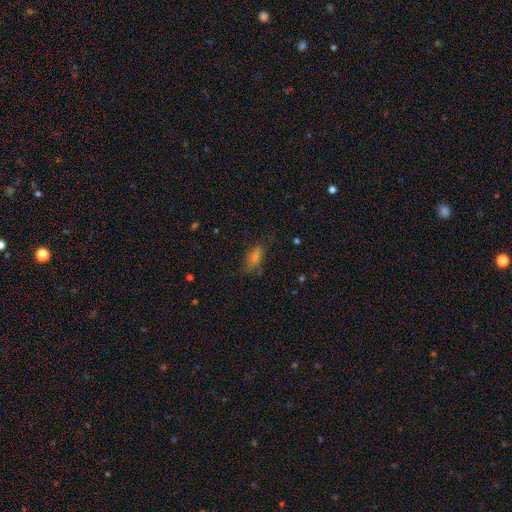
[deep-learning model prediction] Smooth or featured: smooth — 57% (star or artifact — 23%)
How rounded: in between — 70% (cigar-shaped — 23%)
Merging: none — 64% (minor disturbance — 22%)